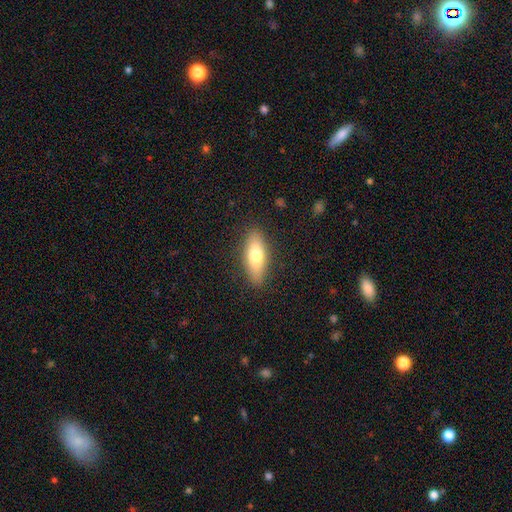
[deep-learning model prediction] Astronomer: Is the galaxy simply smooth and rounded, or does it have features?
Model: smooth — 71%.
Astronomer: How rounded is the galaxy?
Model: in between — 61%.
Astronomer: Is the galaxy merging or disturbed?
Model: none — 87%.